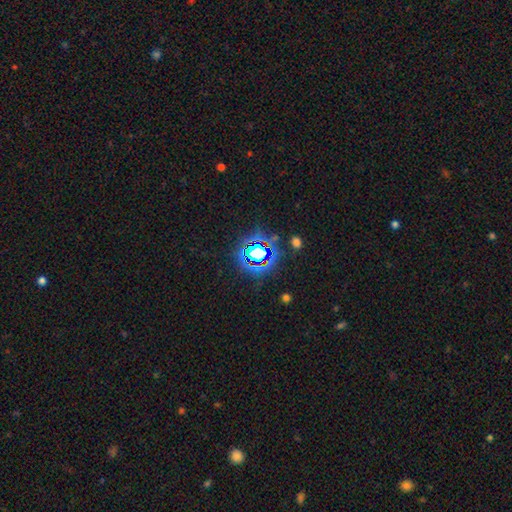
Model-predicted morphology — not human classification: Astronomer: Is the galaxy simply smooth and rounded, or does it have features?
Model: star or artifact — 71%.